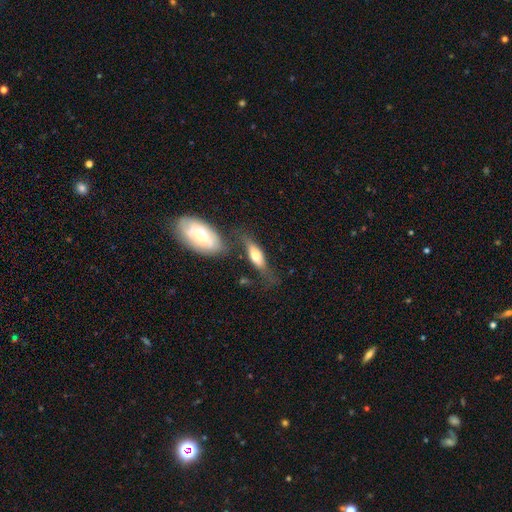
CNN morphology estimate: type=smooth (63%); roundness=in between (69%); merging=none (49%).